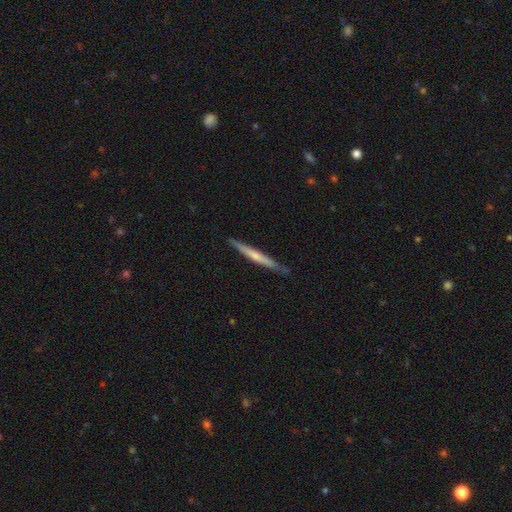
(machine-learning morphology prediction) Overall: featured or disk (49%; smooth 46%). Merging: none (86%).